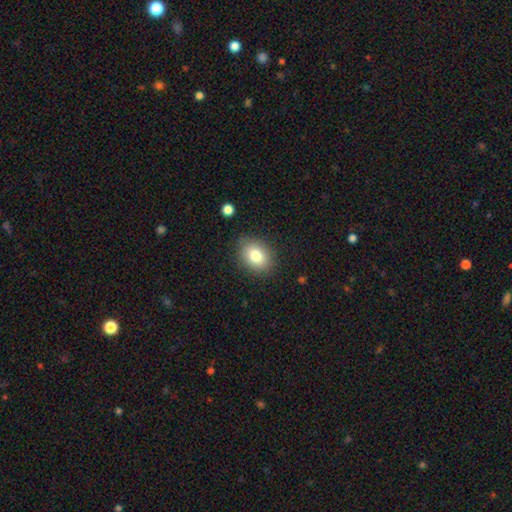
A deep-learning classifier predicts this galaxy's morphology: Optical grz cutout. It shows a smooth galaxy with no disk features (80%) that is in between round and cigar-shaped (68%). Merging: none (84%).